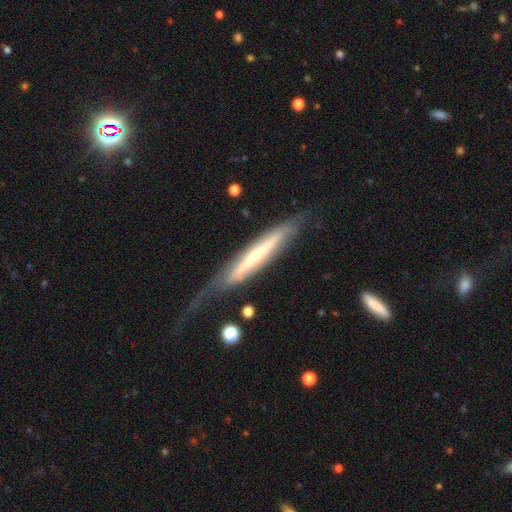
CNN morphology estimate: Smooth or featured?
  - featured or disk: 60% *
  - smooth: 34%
  - star or artifact: 5%
Edge-on disk?
  - yes: 79% *
  - no: 21%
Merging?
  - none: 49% *
  - minor disturbance: 25%
  - major disturbance: 23%
  - merger: 3%